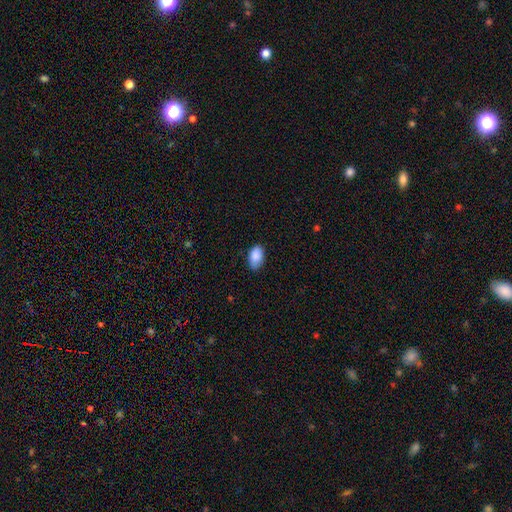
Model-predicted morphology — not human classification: This appears to be a smooth galaxy with no disk features (88%) that is in between round and cigar-shaped (93%). Merging: none (79%).